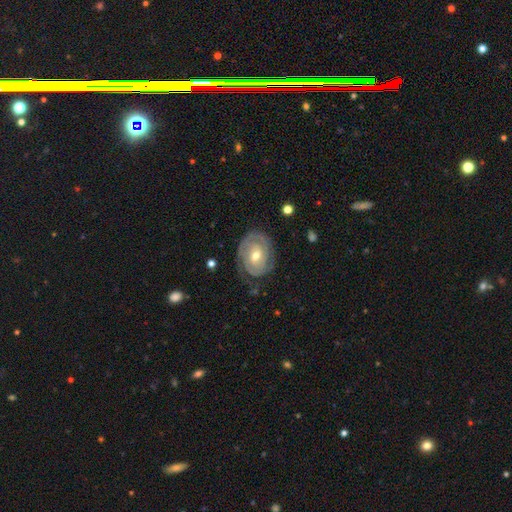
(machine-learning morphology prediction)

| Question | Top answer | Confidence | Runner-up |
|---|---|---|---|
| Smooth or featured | featured or disk | 81% | smooth (14%) |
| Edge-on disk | no | 97% | yes (3%) |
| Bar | no | 57% | weak (34%) |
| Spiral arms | yes | 90% | no (10%) |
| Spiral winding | tight | 75% | medium (19%) |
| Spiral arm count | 2 | 55% | can't tell (25%) |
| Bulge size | moderate | 63% | small (33%) |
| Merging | none | 74% | minor disturbance (17%) |